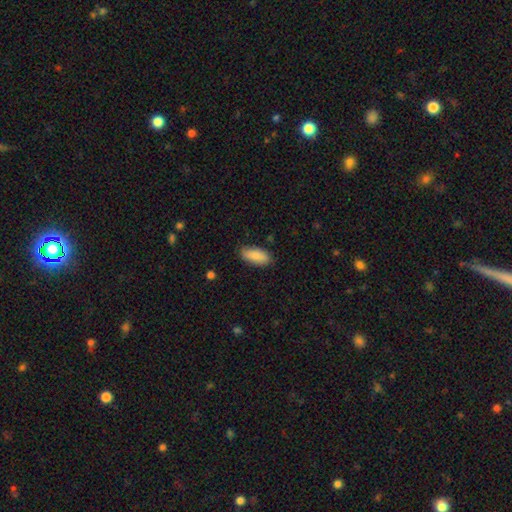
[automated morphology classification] A smooth galaxy with no disk features (84%) that is in between round and cigar-shaped (87%).

Vote fractions:
- Smooth or featured? smooth: 84% / featured or disk: 10% / star or artifact: 6%
- How rounded? in between: 87% / cigar-shaped: 10% / round: 2%
- Merging? none: 82% / minor disturbance: 14% / major disturbance: 3% / merger: 1%